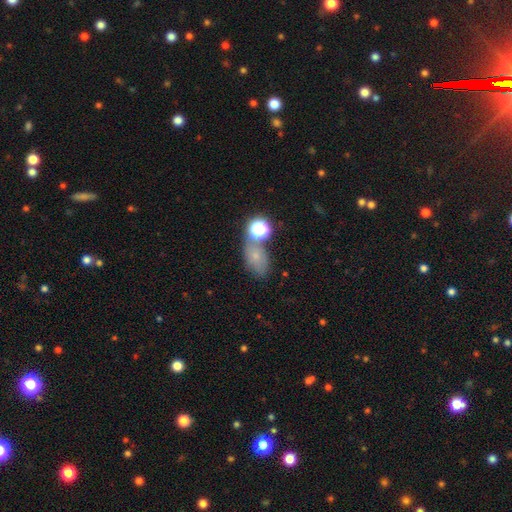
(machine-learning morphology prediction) The model was most divided on "smooth or featured": smooth: 59%, star or artifact: 24%, featured or disk: 18%. More confident: how rounded — in between (74%); merging — none (56%).